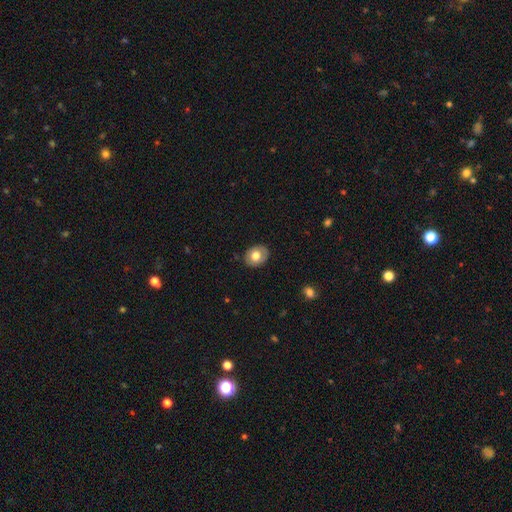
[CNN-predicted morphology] A smooth galaxy with no disk features (71%) that is in between round and cigar-shaped (54%).

Vote fractions:
- Smooth or featured? smooth: 71% / featured or disk: 22% / star or artifact: 7%
- How rounded? in between: 54% / round: 45% / cigar-shaped: 1%
- Merging? none: 86% / minor disturbance: 11% / major disturbance: 2% / merger: 1%